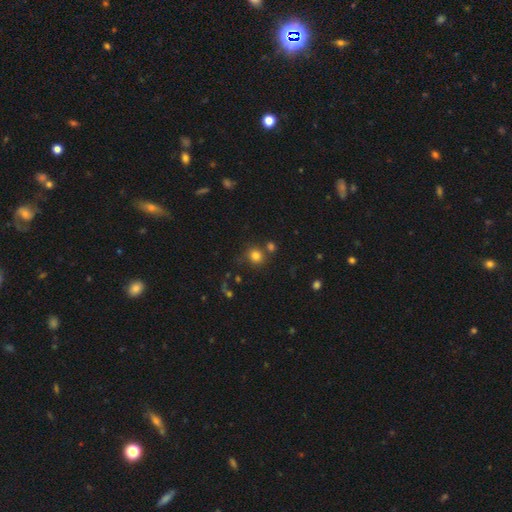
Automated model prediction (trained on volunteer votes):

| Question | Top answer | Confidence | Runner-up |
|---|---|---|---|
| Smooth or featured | smooth | 80% | star or artifact (14%) |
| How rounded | round | 88% | in between (11%) |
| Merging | none | 70% | merger (15%) |